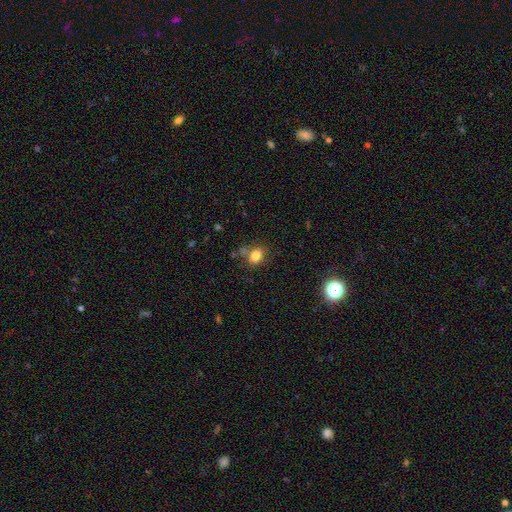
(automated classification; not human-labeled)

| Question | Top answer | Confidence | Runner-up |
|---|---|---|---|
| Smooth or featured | smooth | 81% | star or artifact (12%) |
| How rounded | in between | 55% | round (44%) |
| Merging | none | 67% | minor disturbance (17%) |